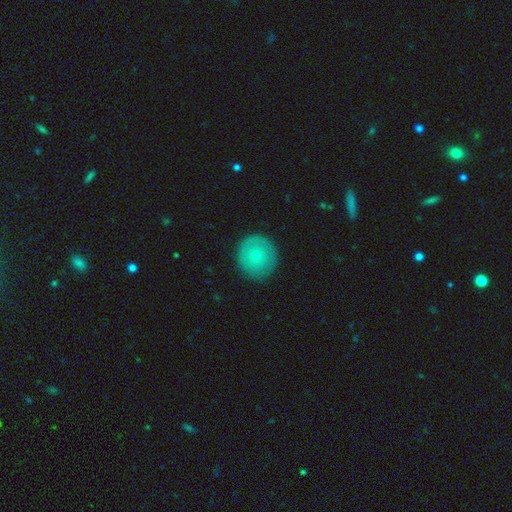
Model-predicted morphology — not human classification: smooth 64%, featured or disk 28%, star or artifact 8%. Down the decision tree: how rounded — round (92%); merging — none (85%).